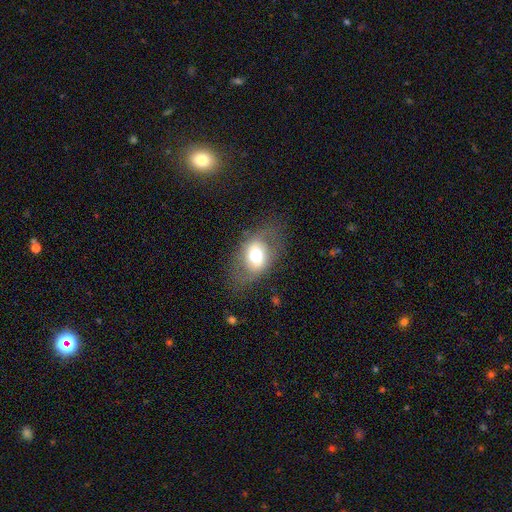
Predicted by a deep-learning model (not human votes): Smooth or featured? Predicted: smooth (p=0.54). How rounded? Predicted: in between (p=0.74). Merging? Predicted: none (p=0.70).